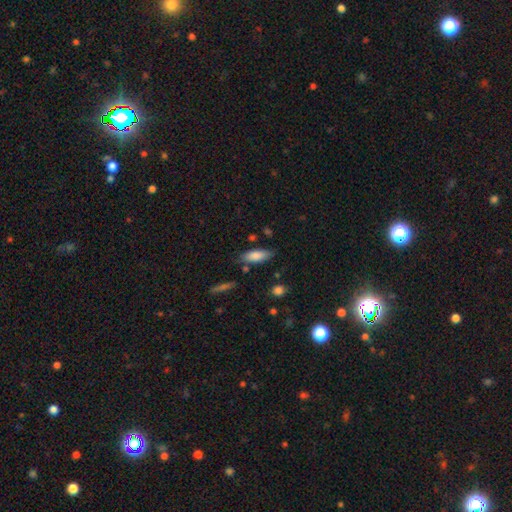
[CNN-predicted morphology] This is clearly a smooth galaxy (82%). How rounded: likely in between (68%). Merging: likely none (77%).